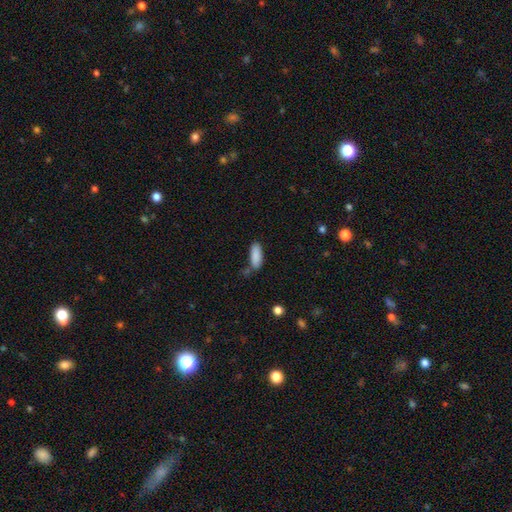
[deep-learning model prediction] Smooth or featured: smooth — 88% (star or artifact — 7%)
How rounded: in between — 73% (cigar-shaped — 25%)
Merging: none — 68% (minor disturbance — 19%)